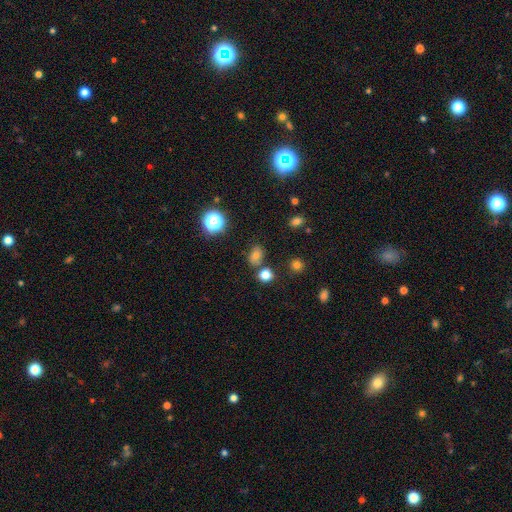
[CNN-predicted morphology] Smooth or featured? smooth (68%)
How rounded? in between (69%)
Merging? none (72%)